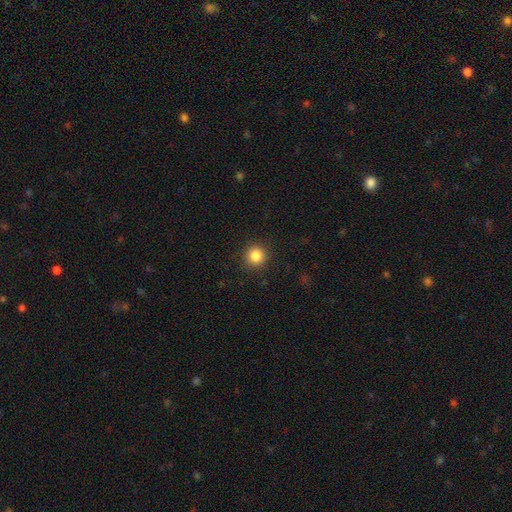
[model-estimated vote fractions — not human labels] A smooth galaxy with no disk features (85%) that is round (94%). Merging: none (91%).